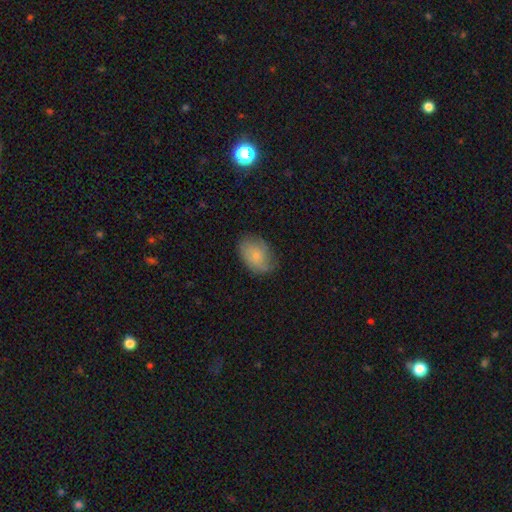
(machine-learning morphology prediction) Smooth or featured?
  - smooth: 69% *
  - featured or disk: 23%
  - star or artifact: 7%
How rounded?
  - in between: 79% *
  - round: 20%
  - cigar-shaped: 1%
Merging?
  - none: 72% *
  - minor disturbance: 21%
  - major disturbance: 6%
  - merger: 1%